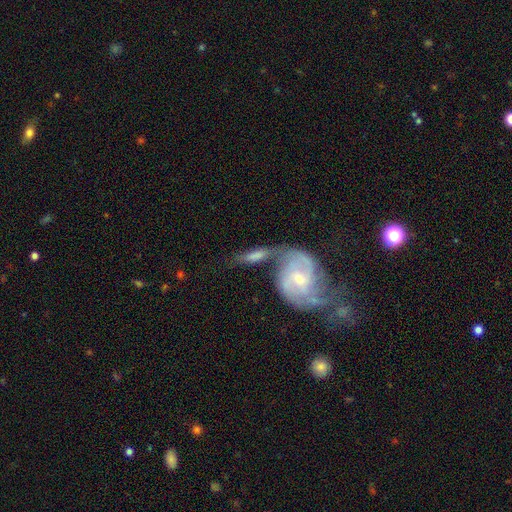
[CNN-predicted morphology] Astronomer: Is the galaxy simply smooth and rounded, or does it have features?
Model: featured or disk — 47% (runner-up: smooth, 45%).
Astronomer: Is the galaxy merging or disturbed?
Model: merger — 49% (runner-up: none, 29%).